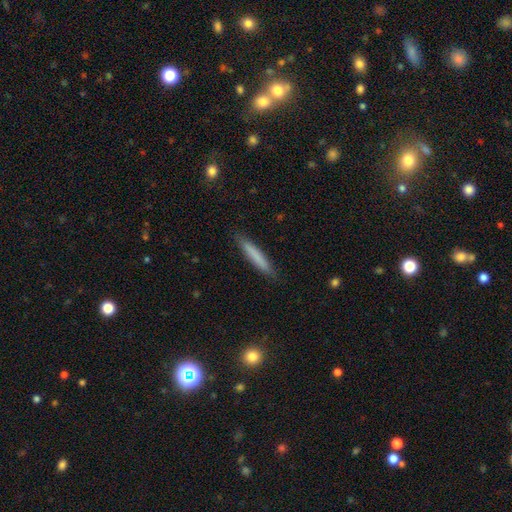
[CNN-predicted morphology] Smooth or featured?
  - smooth: 76% *
  - featured or disk: 17%
  - star or artifact: 6%
How rounded?
  - cigar-shaped: 94% *
  - in between: 5%
  - round: 1%
Merging?
  - none: 88% *
  - minor disturbance: 9%
  - major disturbance: 2%
  - merger: 1%